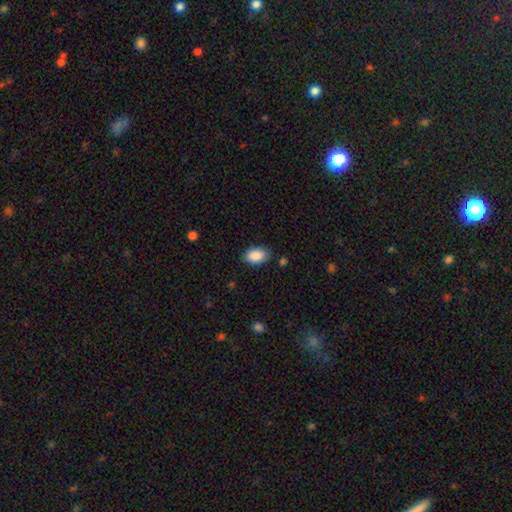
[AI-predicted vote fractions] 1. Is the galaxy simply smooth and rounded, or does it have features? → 89% smooth, 7% star or artifact, 4% featured or disk.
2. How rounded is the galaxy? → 91% in between, 8% round, 1% cigar-shaped.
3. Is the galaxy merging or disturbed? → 84% none, 12% minor disturbance, 3% major disturbance, 1% merger.